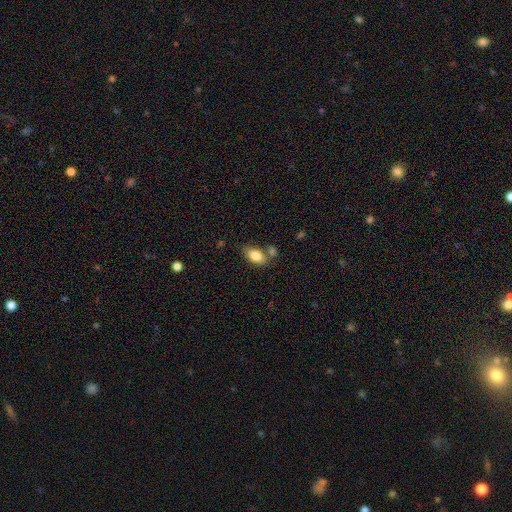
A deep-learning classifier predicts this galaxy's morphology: Smooth or featured? smooth (83%)
How rounded? in between (90%)
Merging? none (63%)